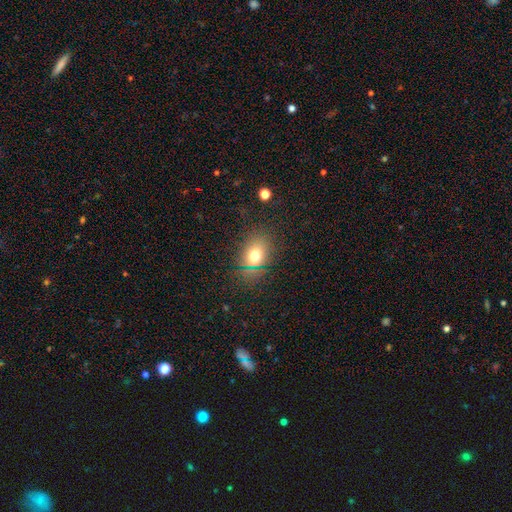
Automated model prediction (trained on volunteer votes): This appears to be a smooth galaxy with no disk features (71%) that is in between round and cigar-shaped (71%). Merging: none (85%).